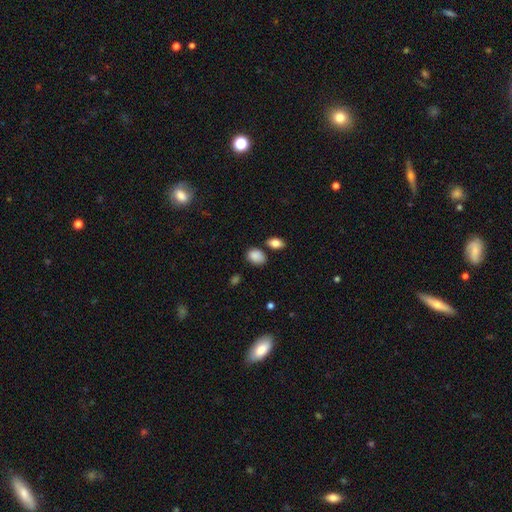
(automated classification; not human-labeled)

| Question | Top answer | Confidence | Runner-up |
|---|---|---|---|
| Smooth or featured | smooth | 87% | star or artifact (8%) |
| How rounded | in between | 74% | round (25%) |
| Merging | none | 71% | minor disturbance (18%) |